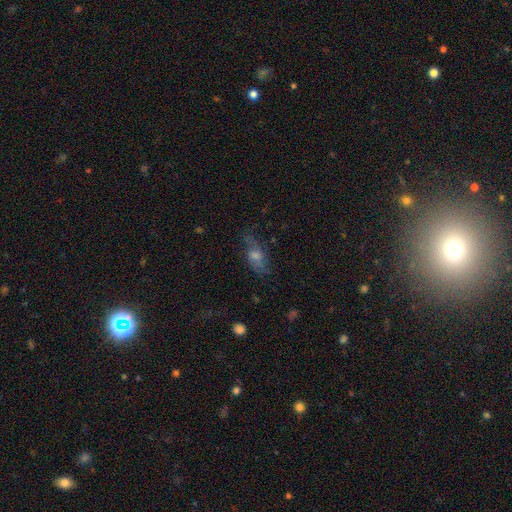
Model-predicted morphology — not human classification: smooth-or-featured: smooth: 44% | featured or disk: 42% | star or artifact: 14%
  merging: none: 60% | minor disturbance: 24% | major disturbance: 14% | merger: 2%